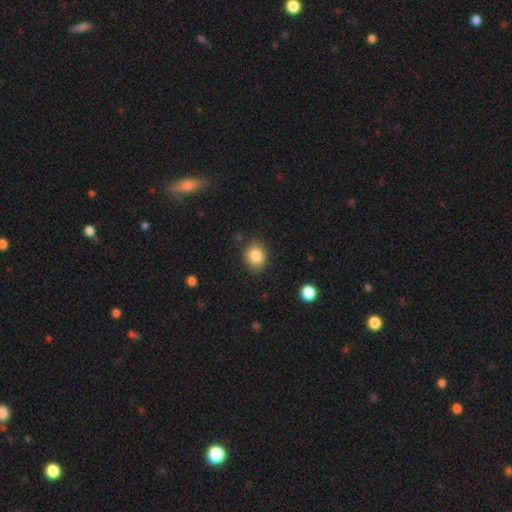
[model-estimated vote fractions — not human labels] Smooth or featured: smooth — 85% (star or artifact — 9%)
How rounded: round — 57% (in between — 42%)
Merging: none — 85% (minor disturbance — 11%)